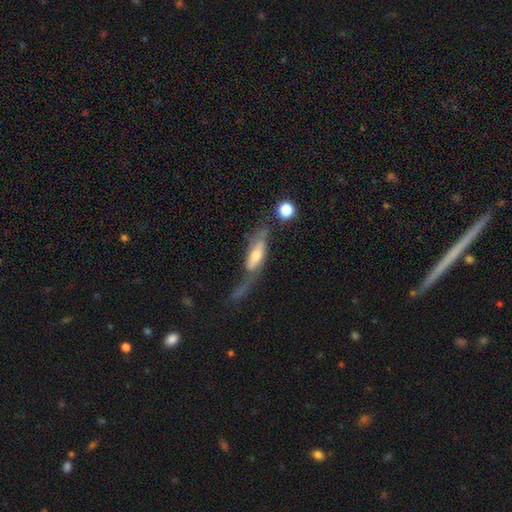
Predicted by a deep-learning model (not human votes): The model was most divided on "edge-on disk": no: 51%, yes: 49%. Remaining: smooth or featured — featured or disk (55%); merging — major disturbance (41%).